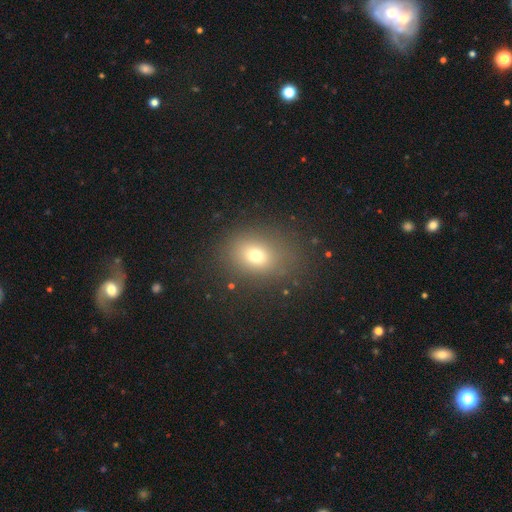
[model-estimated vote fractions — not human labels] Q: Smooth or featured?
A: smooth (70%); runner-up: star or artifact (17%)
Q: How rounded?
A: in between (52%); runner-up: round (46%)
Q: Merging?
A: none (81%); runner-up: minor disturbance (11%)